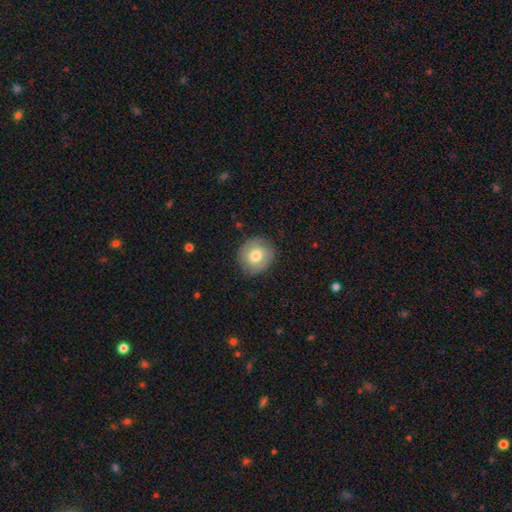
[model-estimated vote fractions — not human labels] Smooth or featured: smooth — 67% (featured or disk — 25%)
How rounded: round — 84% (in between — 15%)
Merging: none — 84% (minor disturbance — 12%)